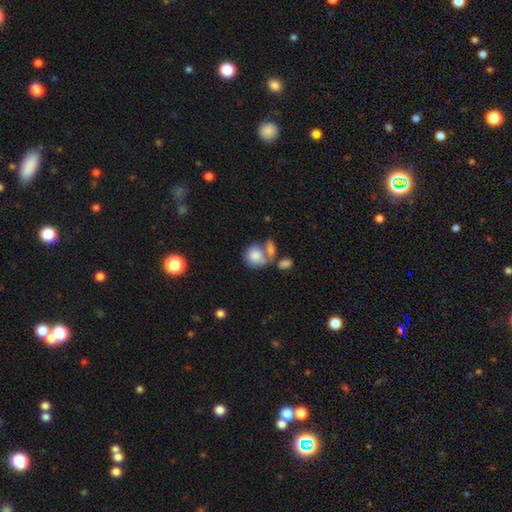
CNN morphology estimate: Smooth or featured?
  - smooth: 81% *
  - featured or disk: 11%
  - star or artifact: 8%
How rounded?
  - round: 64% *
  - in between: 34%
  - cigar-shaped: 1%
Merging?
  - merger: 46% *
  - none: 33%
  - minor disturbance: 13%
  - major disturbance: 8%